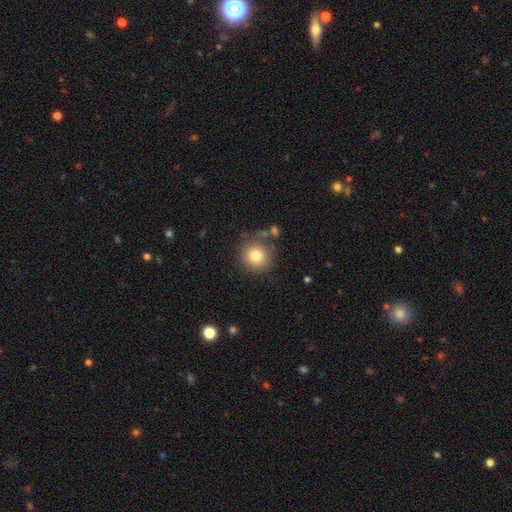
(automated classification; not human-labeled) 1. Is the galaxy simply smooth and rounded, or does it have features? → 79% smooth, 11% star or artifact, 10% featured or disk.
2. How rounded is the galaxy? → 92% round, 7% in between, 1% cigar-shaped.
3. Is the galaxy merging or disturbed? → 75% none, 12% minor disturbance, 7% merger, 5% major disturbance.